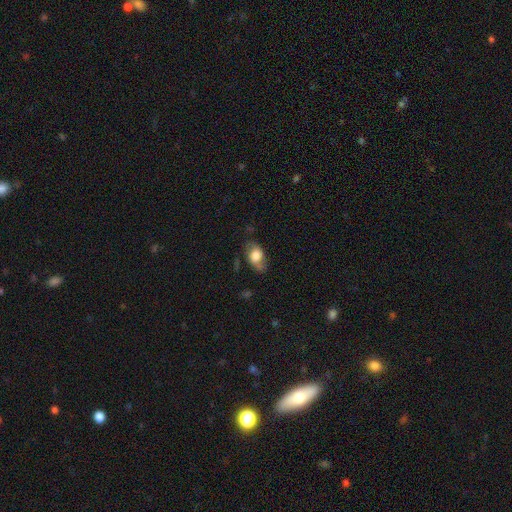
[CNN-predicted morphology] Q: Smooth or featured?
A: smooth (58%); runner-up: featured or disk (35%)
Q: How rounded?
A: in between (84%); runner-up: round (13%)
Q: Merging?
A: none (65%); runner-up: minor disturbance (24%)